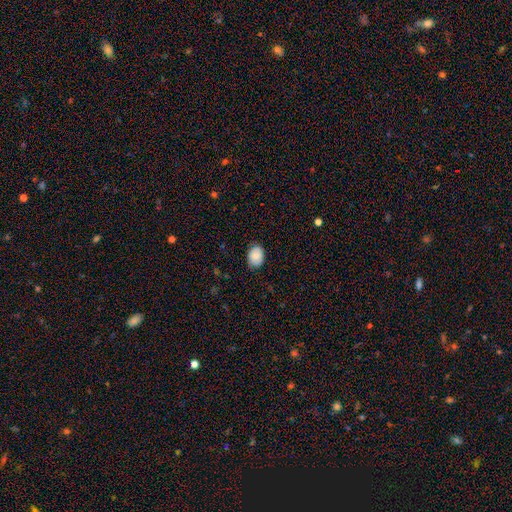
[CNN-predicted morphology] smooth_or_featured: smooth (p=0.85) [alt: featured or disk p=0.08]
how_rounded: in between (p=0.72) [alt: round p=0.27]
merging: none (p=0.82) [alt: minor disturbance p=0.15]